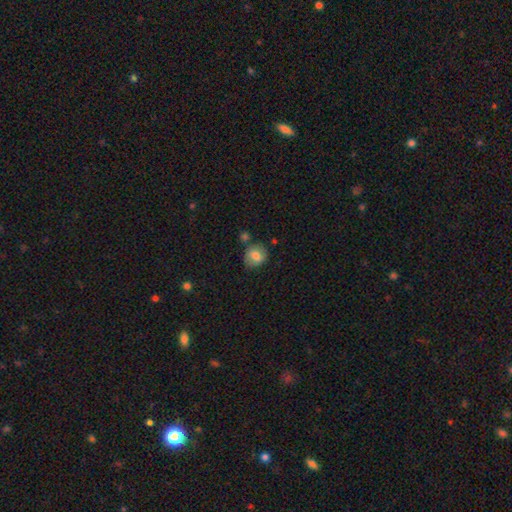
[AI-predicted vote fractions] A smooth galaxy with no disk features (74%) that is round (70%).

Vote fractions:
- Smooth or featured? smooth: 74% / featured or disk: 18% / star or artifact: 9%
- How rounded? round: 70% / in between: 29% / cigar-shaped: 1%
- Merging? none: 67% / minor disturbance: 19% / merger: 10% / major disturbance: 4%